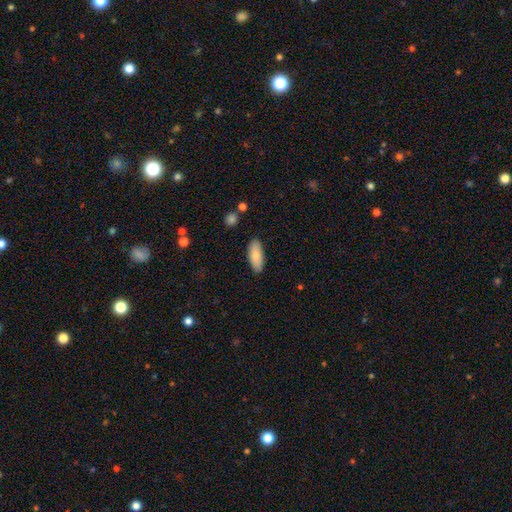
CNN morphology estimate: smooth 86%, featured or disk 8%, star or artifact 6%. Down the decision tree: how rounded — in between (79%); merging — none (87%).